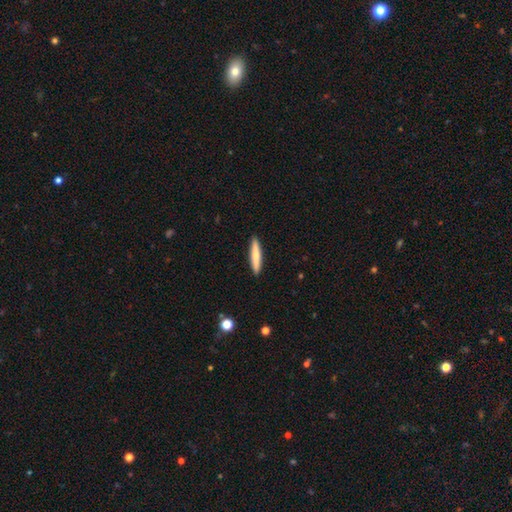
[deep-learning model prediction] smooth 73%, featured or disk 22%, star or artifact 5%. Down the decision tree: how rounded — cigar-shaped (92%); merging — none (92%).